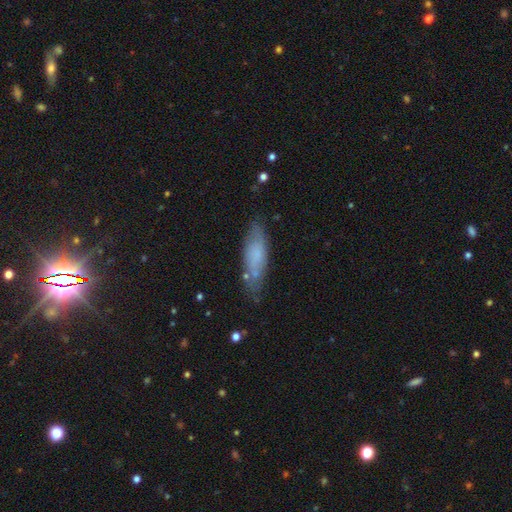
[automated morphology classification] The model was most divided on "how rounded": in between: 51%, cigar-shaped: 47%, round: 2%. More confident: merging — none (69%); smooth or featured — smooth (66%).